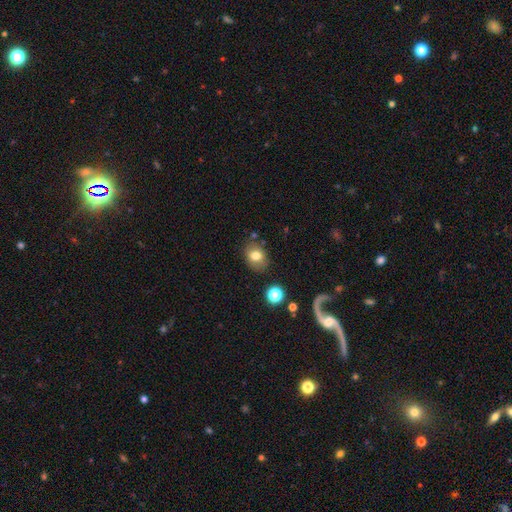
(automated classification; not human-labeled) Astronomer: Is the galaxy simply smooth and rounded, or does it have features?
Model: smooth — 79%.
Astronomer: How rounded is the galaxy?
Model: in between — 56% (runner-up: round, 43%).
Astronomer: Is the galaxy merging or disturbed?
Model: none — 77%.